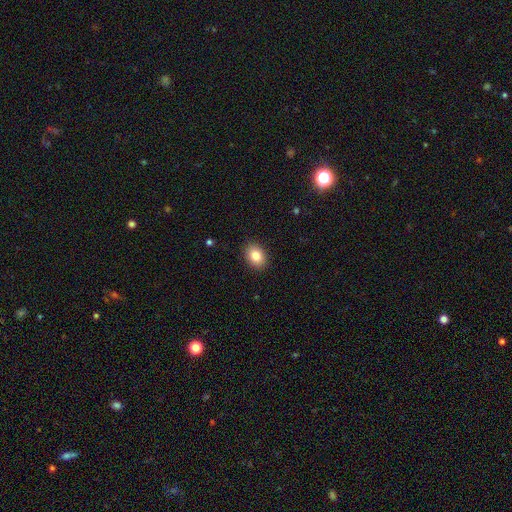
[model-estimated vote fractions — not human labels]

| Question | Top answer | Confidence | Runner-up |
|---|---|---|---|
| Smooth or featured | smooth | 84% | star or artifact (8%) |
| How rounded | in between | 74% | round (25%) |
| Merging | none | 89% | minor disturbance (8%) |